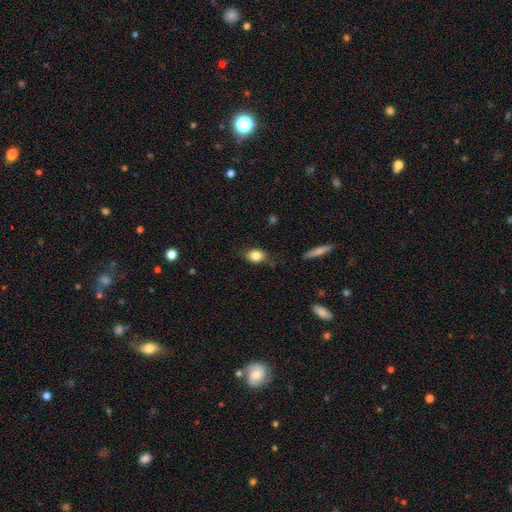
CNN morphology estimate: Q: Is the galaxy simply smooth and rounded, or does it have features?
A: smooth — 82%.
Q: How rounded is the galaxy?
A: in between — 76%.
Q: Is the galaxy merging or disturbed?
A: none — 77%.